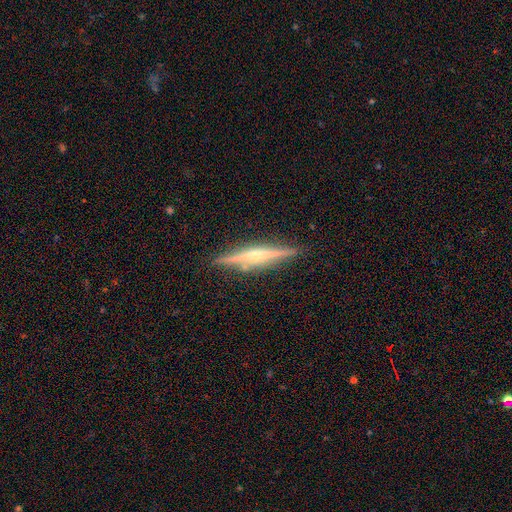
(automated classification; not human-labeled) smooth_or_featured: featured or disk (p=0.76) [alt: smooth p=0.17]
disk_edge_on: yes (p=0.98) [alt: no p=0.02]
edge_on_bulge: rounded (p=0.64) [alt: none p=0.28]
merging: none (p=0.88) [alt: minor disturbance p=0.08]